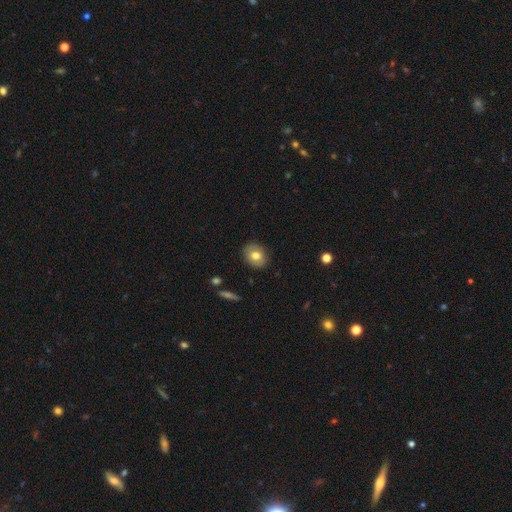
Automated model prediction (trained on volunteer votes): Overall: smooth (73%). How rounded: round (54%; in between 45%). Merging: none (88%).